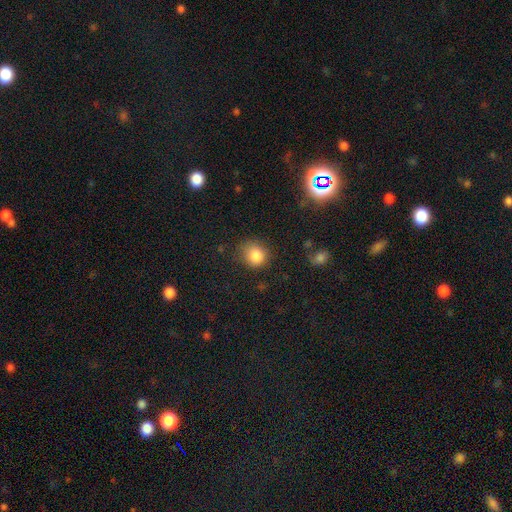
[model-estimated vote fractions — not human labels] A smooth galaxy with no disk features (85%) that is round (79%).

Vote fractions:
- Smooth or featured? smooth: 85% / star or artifact: 10% / featured or disk: 5%
- How rounded? round: 79% / in between: 20% / cigar-shaped: 1%
- Merging? none: 71% / minor disturbance: 21% / major disturbance: 7% / merger: 2%